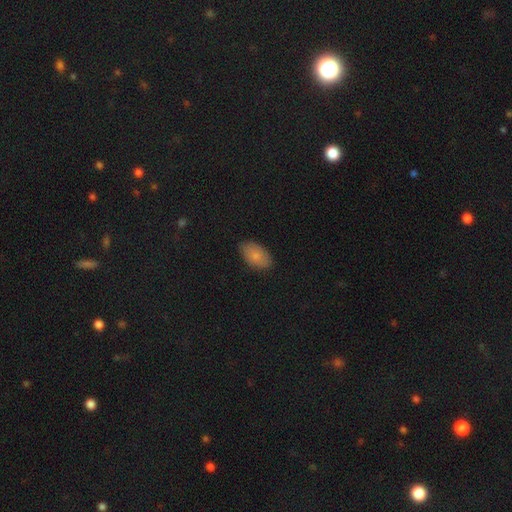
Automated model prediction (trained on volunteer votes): This is clearly a smooth galaxy (81%). How rounded: clearly in between (93%). Merging: clearly none (84%).